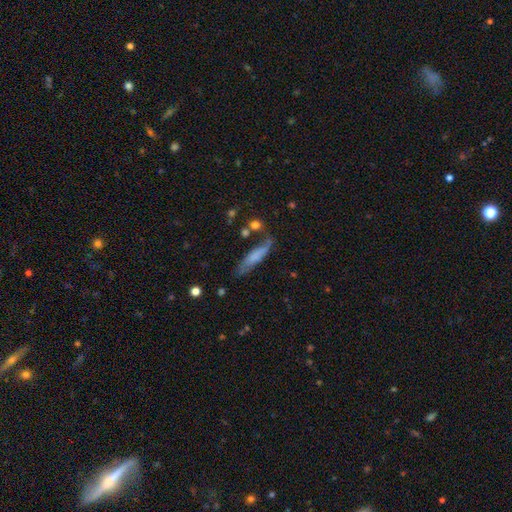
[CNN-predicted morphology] This is possibly a smooth galaxy (55%). How rounded: likely cigar-shaped (72%). Merging: possibly none (56%).